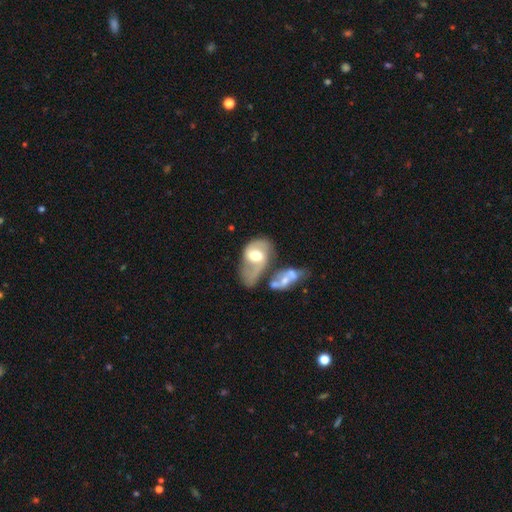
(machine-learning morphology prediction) Q: Smooth or featured?
A: featured or disk (64%); runner-up: smooth (30%)
Q: Edge-on disk?
A: no (96%); runner-up: yes (4%)
Q: Bar?
A: weak (47%); runner-up: no (36%)
Q: Spiral arms?
A: yes (76%); runner-up: no (24%)
Q: Bulge size?
A: moderate (69%); runner-up: large (15%)
Q: Merging?
A: merger (32%); runner-up: none (27%)